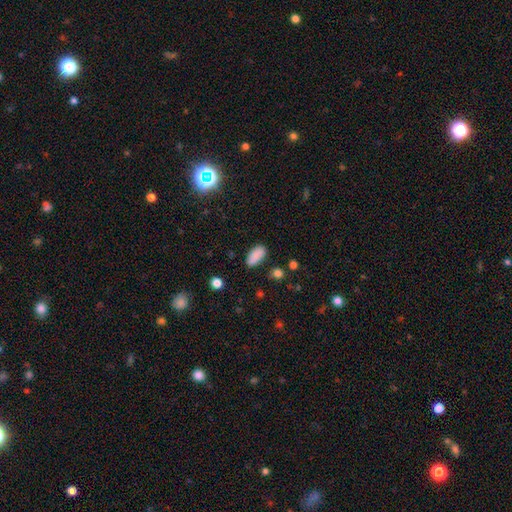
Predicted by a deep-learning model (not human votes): Overall: smooth (87%). How rounded: in between (89%). Merging: none (81%).